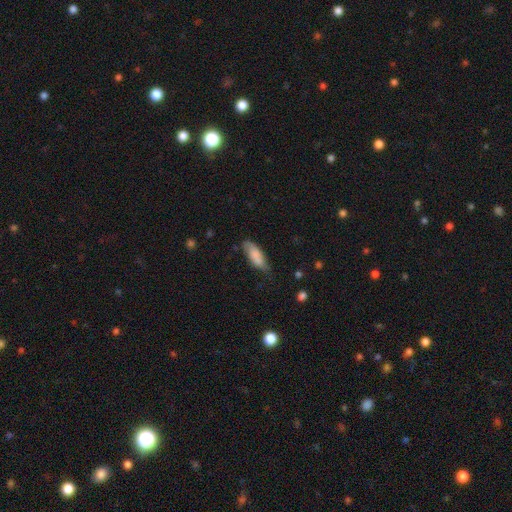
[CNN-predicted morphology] smooth-or-featured: smooth: 77% | featured or disk: 17% | star or artifact: 7%
  how-rounded: in between: 74% | cigar-shaped: 24% | round: 2%
  merging: none: 55% | minor disturbance: 34% | major disturbance: 9% | merger: 2%